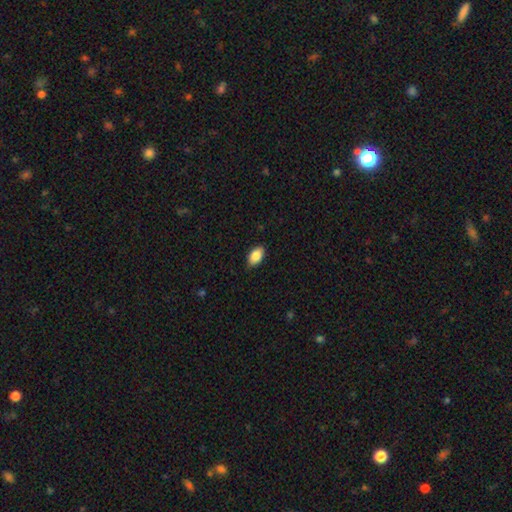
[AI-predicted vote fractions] This is clearly a smooth galaxy (87%). How rounded: clearly in between (92%). Merging: clearly none (87%).